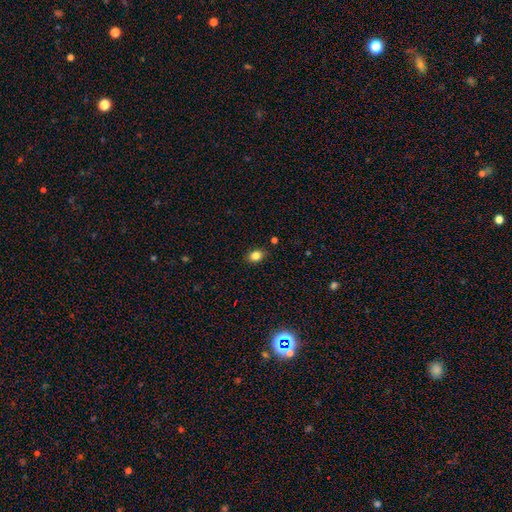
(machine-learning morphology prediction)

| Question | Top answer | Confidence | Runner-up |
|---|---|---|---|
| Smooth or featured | smooth | 84% | star or artifact (11%) |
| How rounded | in between | 69% | round (30%) |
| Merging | none | 86% | minor disturbance (10%) |